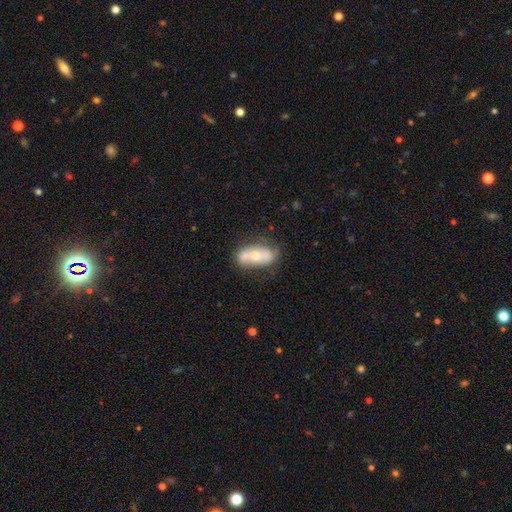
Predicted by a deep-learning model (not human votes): Smooth or featured?
  - featured or disk: 48% *
  - smooth: 46%
  - star or artifact: 7%
Merging?
  - none: 58% *
  - minor disturbance: 20%
  - merger: 16%
  - major disturbance: 6%